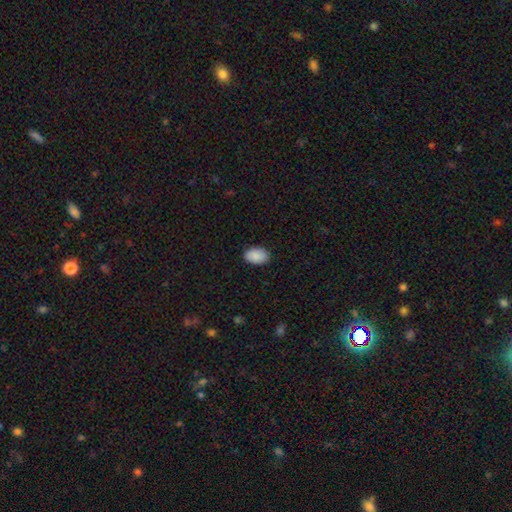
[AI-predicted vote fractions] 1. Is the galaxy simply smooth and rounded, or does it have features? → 90% smooth, 7% star or artifact, 3% featured or disk.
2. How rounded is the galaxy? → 88% in between, 11% round, 1% cigar-shaped.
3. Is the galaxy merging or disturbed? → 88% none, 9% minor disturbance, 2% major disturbance, 1% merger.